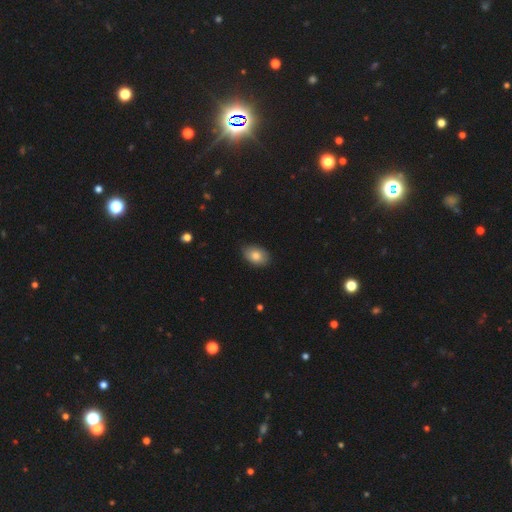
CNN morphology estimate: Smooth or featured?
  - smooth: 82% *
  - featured or disk: 11%
  - star or artifact: 7%
How rounded?
  - in between: 85% *
  - round: 14%
  - cigar-shaped: 1%
Merging?
  - none: 82% *
  - minor disturbance: 15%
  - major disturbance: 2%
  - merger: 1%